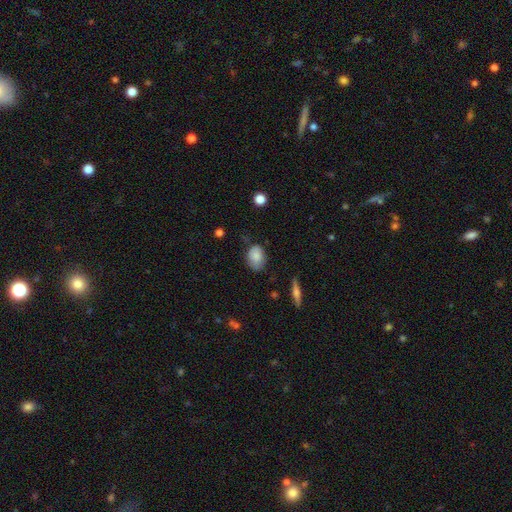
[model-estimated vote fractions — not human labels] Q: Smooth or featured?
A: smooth (81%); runner-up: featured or disk (11%)
Q: How rounded?
A: in between (78%); runner-up: round (20%)
Q: Merging?
A: none (64%); runner-up: minor disturbance (28%)